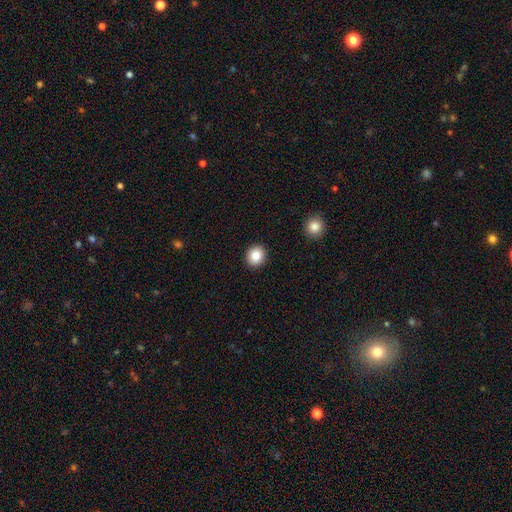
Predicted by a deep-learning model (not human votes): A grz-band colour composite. It shows a smooth galaxy with no disk features (85%) that is round (81%). Merging: none (92%).